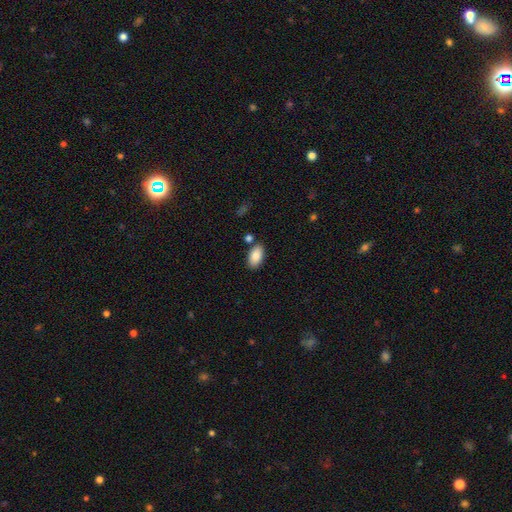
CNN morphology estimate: Overall: smooth (87%). How rounded: in between (95%). Merging: none (80%).